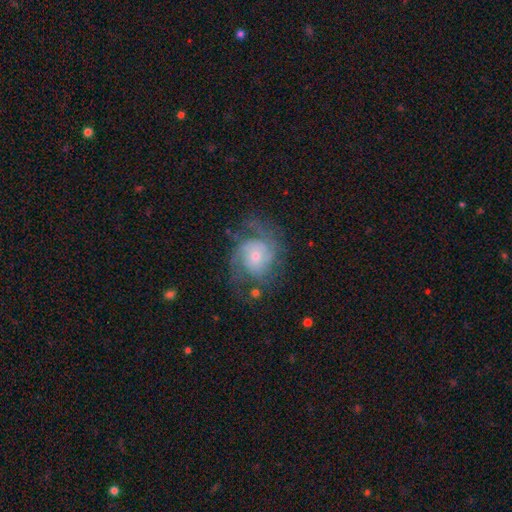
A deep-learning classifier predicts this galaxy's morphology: This is likely a featured or disk galaxy (79%). It is clearly not viewed edge-on (98%). Bar: likely no (75%). Spiral arm pattern: clearly yes (92%). Spiral arm count: marginally 2 (36%). Spiral winding: marginally medium (43%). Central bulge: possibly small (56%). Merging: likely none (61%).